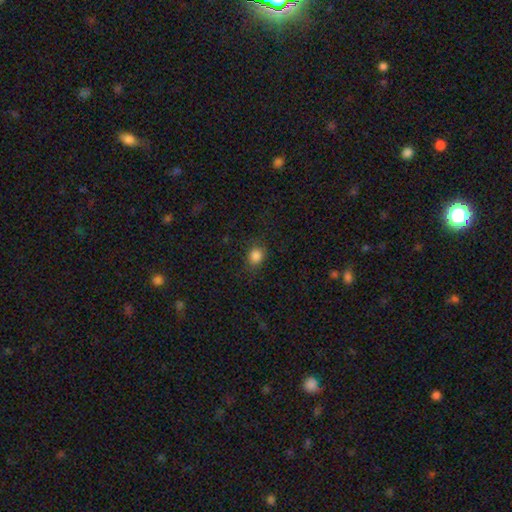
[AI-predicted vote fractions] A smooth galaxy with no disk features (84%) that is round (69%). Merging: none (83%).